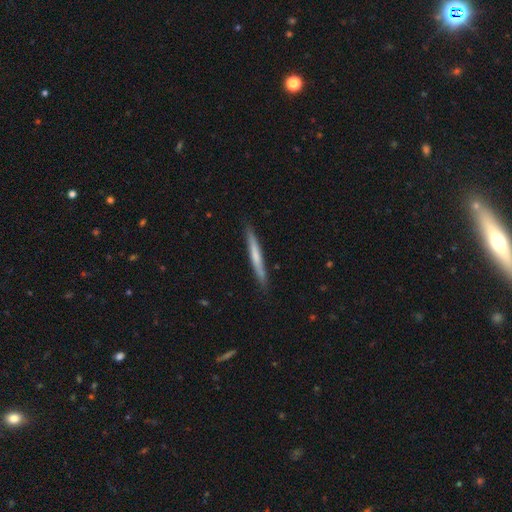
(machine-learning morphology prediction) Overall: smooth (55%; featured or disk 40%). How rounded: cigar-shaped (97%). Merging: none (87%).